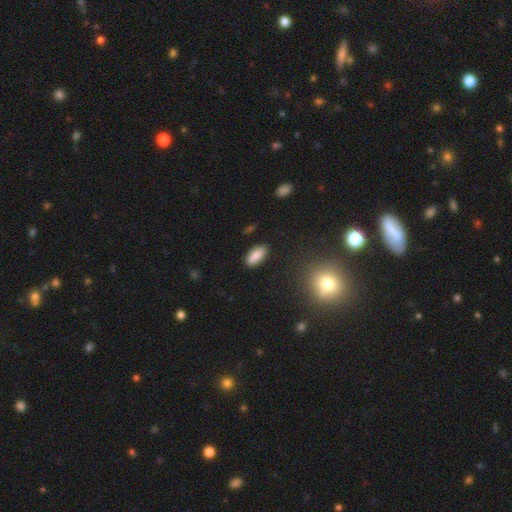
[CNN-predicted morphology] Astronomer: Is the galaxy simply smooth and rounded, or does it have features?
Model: smooth — 85%.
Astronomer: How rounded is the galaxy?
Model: in between — 85%.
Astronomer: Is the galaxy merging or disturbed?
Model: none — 87%.